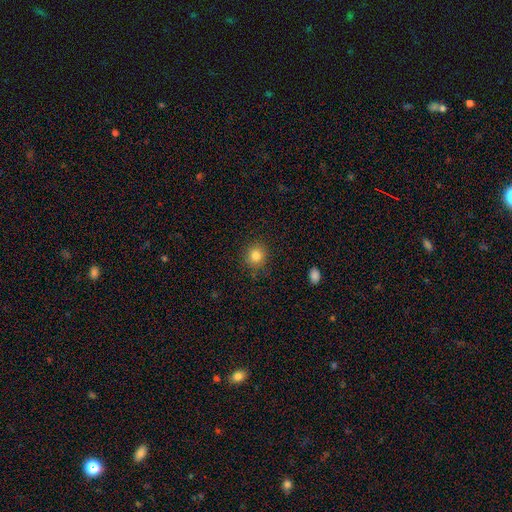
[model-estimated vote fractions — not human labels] Smooth or featured: smooth — 82% (star or artifact — 12%)
How rounded: round — 87% (in between — 12%)
Merging: none — 88% (minor disturbance — 9%)